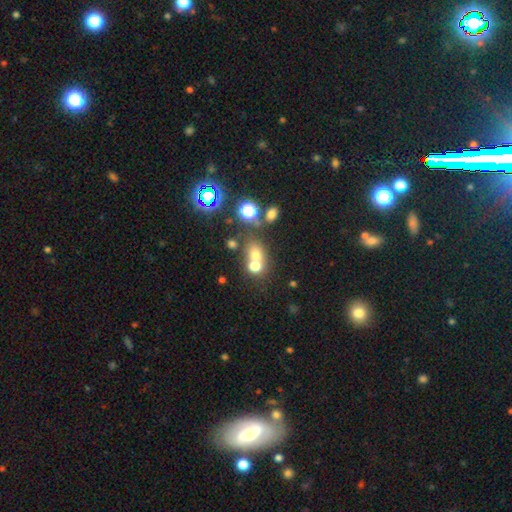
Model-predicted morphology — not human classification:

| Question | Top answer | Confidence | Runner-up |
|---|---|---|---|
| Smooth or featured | smooth | 62% | star or artifact (23%) |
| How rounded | round | 61% | in between (37%) |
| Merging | merger | 45% | none (42%) |